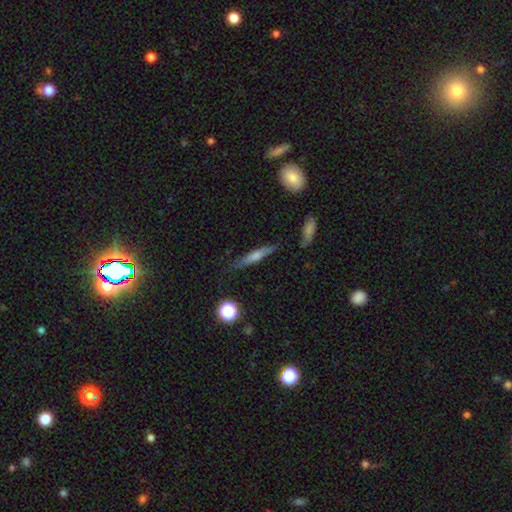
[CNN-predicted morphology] This is possibly a featured or disk galaxy (47%). Merging: clearly none (82%).